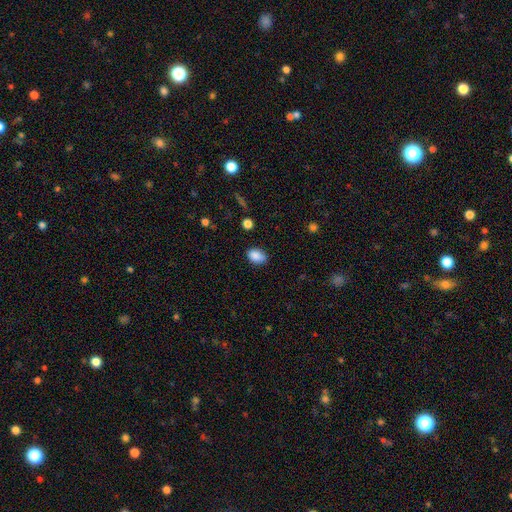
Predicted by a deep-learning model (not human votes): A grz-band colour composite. It shows a smooth galaxy with no disk features (87%) that is in between round and cigar-shaped (80%). Merging: none (74%).